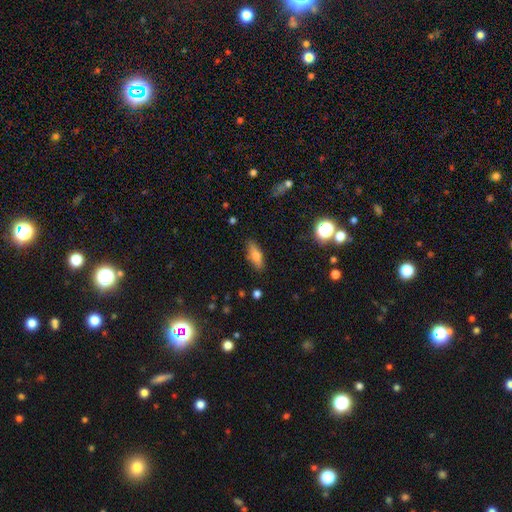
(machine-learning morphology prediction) A smooth galaxy with no disk features (73%) that is in between round and cigar-shaped (68%).

Vote fractions:
- Smooth or featured? smooth: 73% / featured or disk: 18% / star or artifact: 9%
- How rounded? in between: 68% / cigar-shaped: 29% / round: 3%
- Merging? none: 85% / minor disturbance: 11% / major disturbance: 2% / merger: 1%